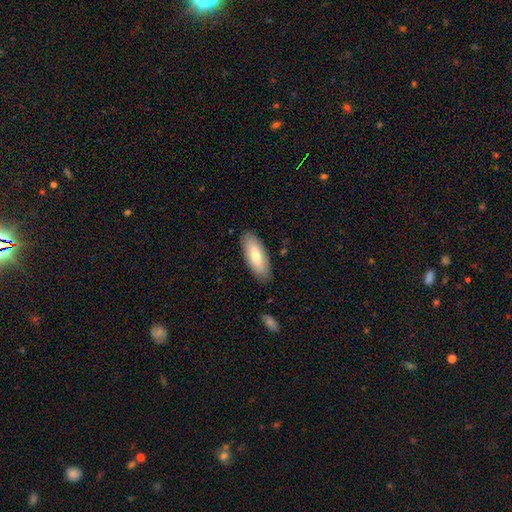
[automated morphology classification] Smooth or featured: smooth — 68% (featured or disk — 26%)
How rounded: in between — 76% (cigar-shaped — 22%)
Merging: none — 87% (minor disturbance — 10%)